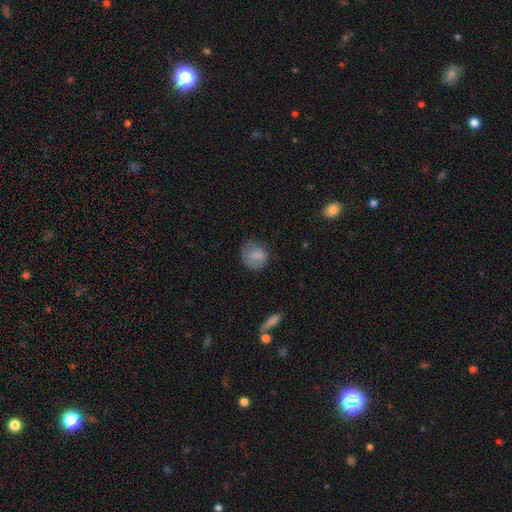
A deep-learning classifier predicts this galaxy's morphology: A smooth galaxy with no disk features (81%) that is round (76%). Merging: none (66%).